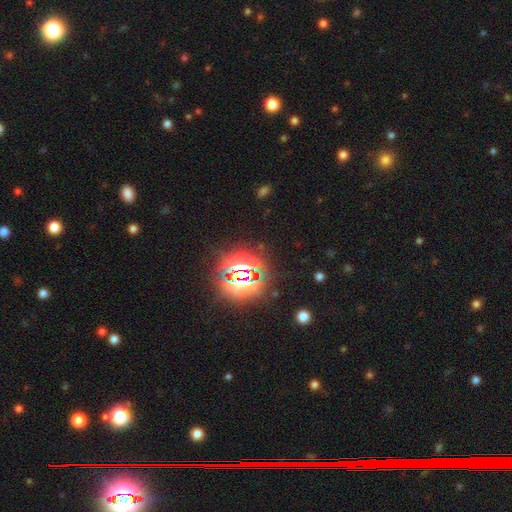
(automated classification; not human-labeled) Smooth or featured? Predicted: star or artifact (p=0.82).